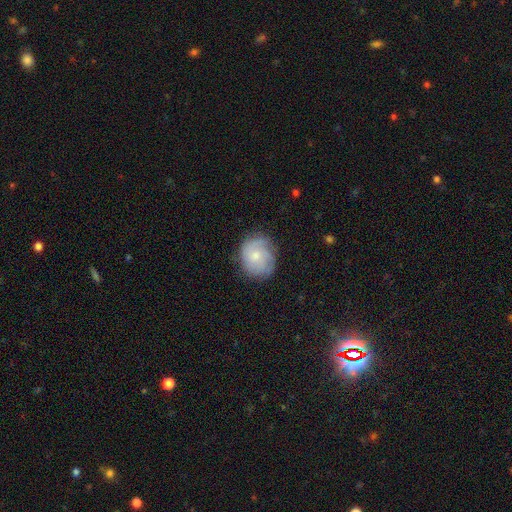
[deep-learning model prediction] featured or disk 47%, smooth 46%, star or artifact 7%. Down the decision tree: merging — none (71%).